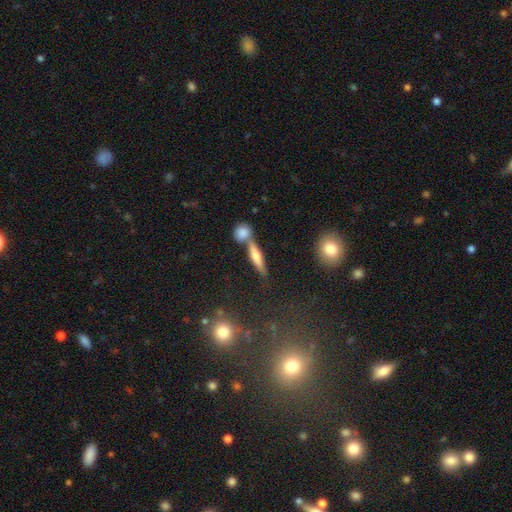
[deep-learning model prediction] smooth-or-featured: smooth: 46% | featured or disk: 43% | star or artifact: 11%
  merging: none: 64% | merger: 22% | minor disturbance: 10% | major disturbance: 4%